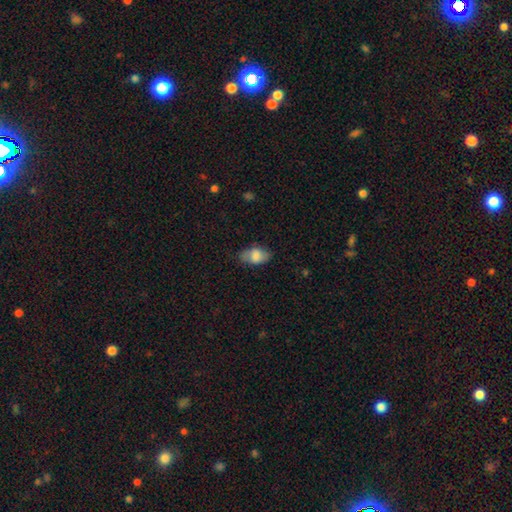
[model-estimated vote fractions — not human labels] Q: Smooth or featured?
A: smooth (77%); runner-up: featured or disk (15%)
Q: How rounded?
A: in between (90%); runner-up: round (7%)
Q: Merging?
A: none (72%); runner-up: minor disturbance (21%)